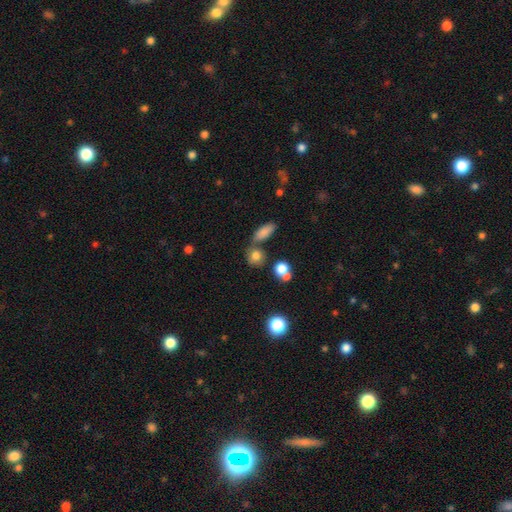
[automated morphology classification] This is likely a smooth galaxy (79%). How rounded: likely round (74%). Merging: possibly none (60%).